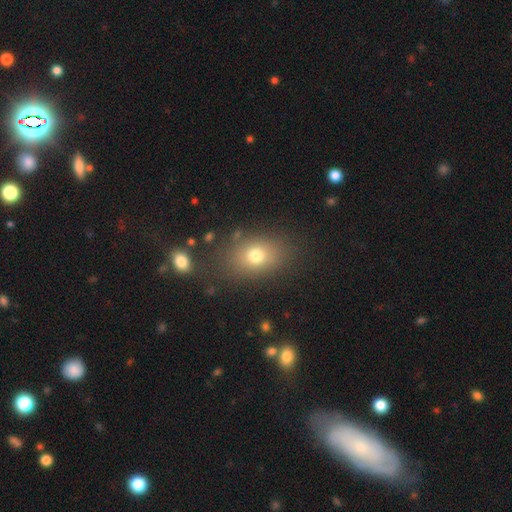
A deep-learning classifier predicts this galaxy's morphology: smooth-or-featured: smooth: 74% | star or artifact: 14% | featured or disk: 12%
  how-rounded: in between: 63% | round: 36% | cigar-shaped: 1%
  merging: none: 78% | minor disturbance: 12% | major disturbance: 6% | merger: 4%